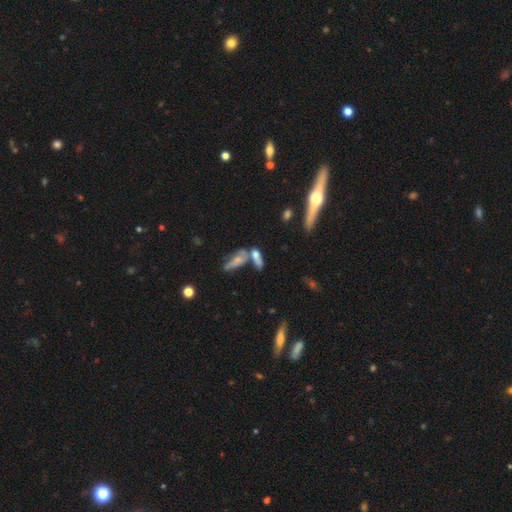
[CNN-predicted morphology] Smooth or featured? smooth (58%)
How rounded? in between (55%)
Merging? merger (44%)